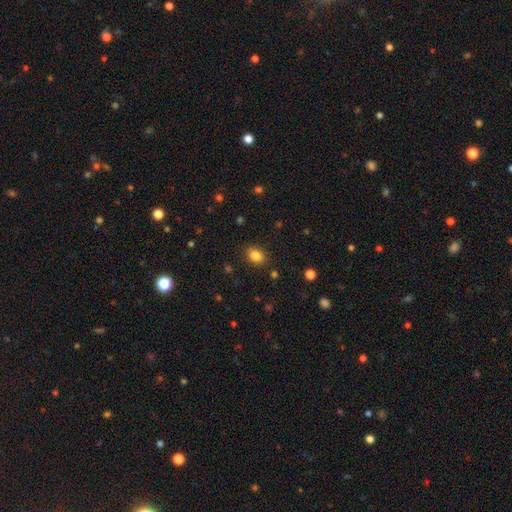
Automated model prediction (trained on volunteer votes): Smooth or featured?
  - smooth: 83% *
  - star or artifact: 11%
  - featured or disk: 6%
How rounded?
  - in between: 57% *
  - round: 42%
  - cigar-shaped: 1%
Merging?
  - none: 87% *
  - minor disturbance: 9%
  - major disturbance: 3%
  - merger: 2%